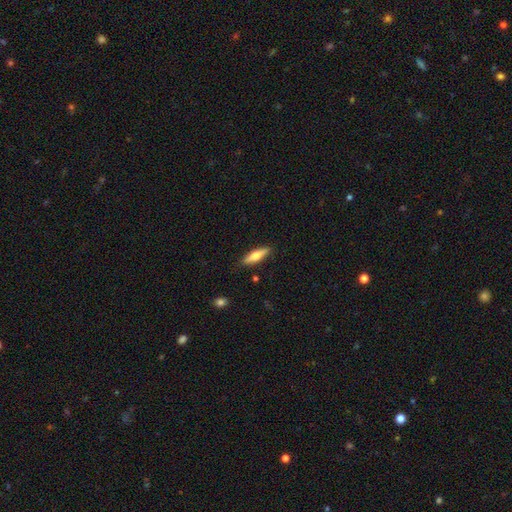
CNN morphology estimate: Smooth or featured? smooth (55%)
How rounded? cigar-shaped (70%)
Merging? none (88%)